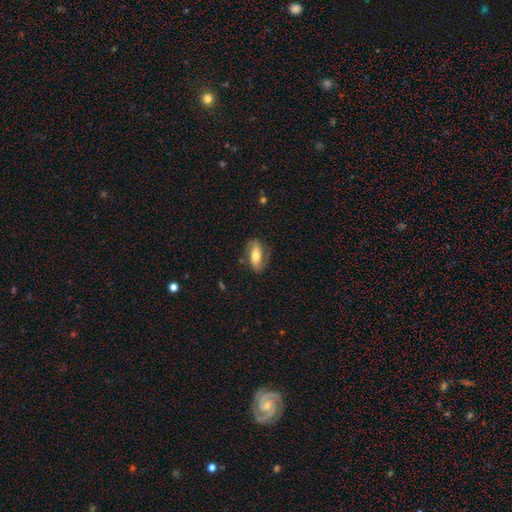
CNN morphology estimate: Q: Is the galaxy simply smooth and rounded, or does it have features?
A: featured or disk — 47%.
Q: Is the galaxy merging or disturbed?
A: none — 72%.